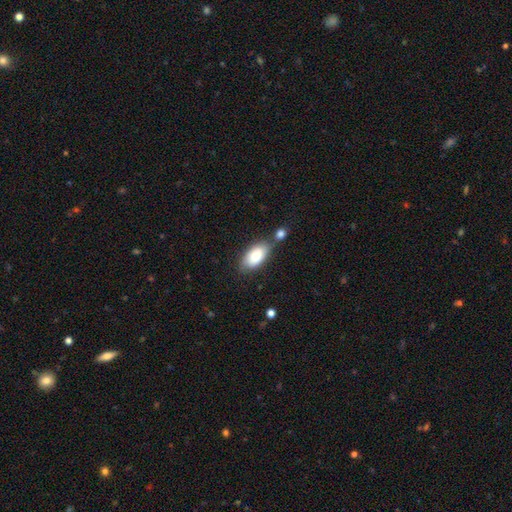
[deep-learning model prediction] Overall: smooth (78%). How rounded: in between (92%). Merging: none (59%; merger 20%).